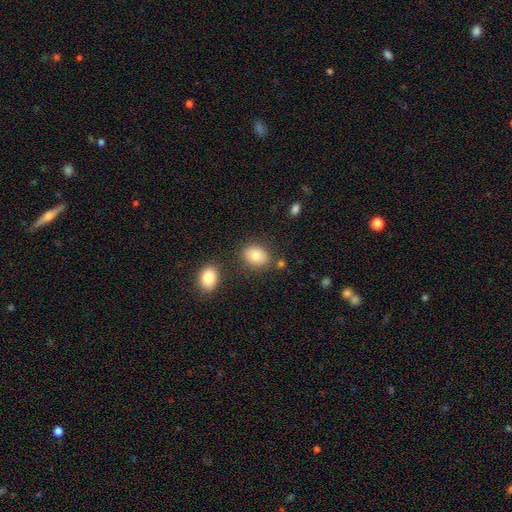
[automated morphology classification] Smooth or featured?
  - smooth: 82% *
  - featured or disk: 10%
  - star or artifact: 9%
How rounded?
  - in between: 66% *
  - round: 33%
  - cigar-shaped: 1%
Merging?
  - none: 78% *
  - minor disturbance: 12%
  - merger: 7%
  - major disturbance: 3%